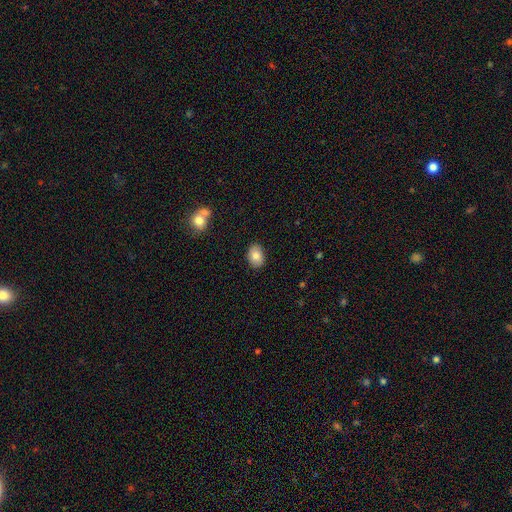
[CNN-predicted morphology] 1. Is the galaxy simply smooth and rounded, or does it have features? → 82% smooth, 11% featured or disk, 8% star or artifact.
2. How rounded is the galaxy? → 79% in between, 20% round, 1% cigar-shaped.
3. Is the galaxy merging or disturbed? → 86% none, 10% minor disturbance, 2% major disturbance, 2% merger.